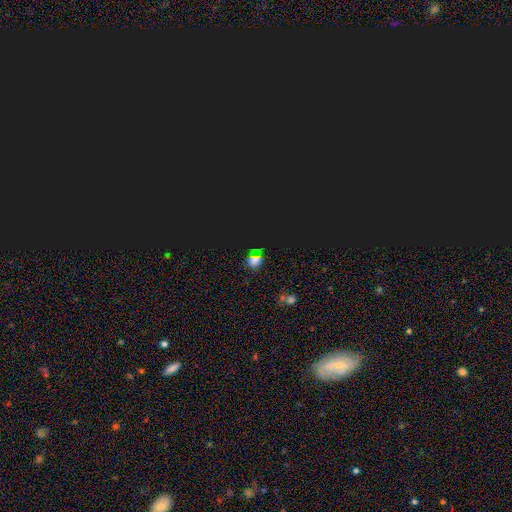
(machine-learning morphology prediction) star or artifact 55%, smooth 37%, featured or disk 8%.